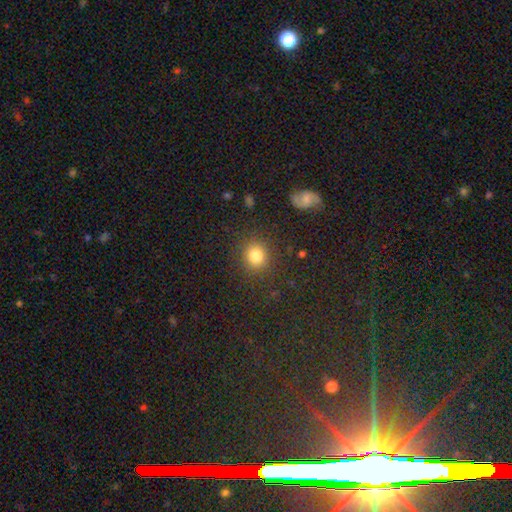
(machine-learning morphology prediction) A smooth galaxy with no disk features (80%) that is round (83%).

Vote fractions:
- Smooth or featured? smooth: 80% / star or artifact: 13% / featured or disk: 6%
- How rounded? round: 83% / in between: 16% / cigar-shaped: 1%
- Merging? none: 87% / minor disturbance: 7% / major disturbance: 3% / merger: 2%